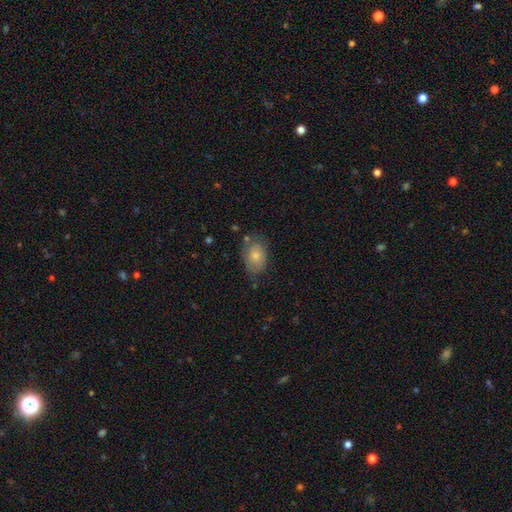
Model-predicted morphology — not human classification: type=smooth (71%); roundness=in between (82%); merging=none (60%).